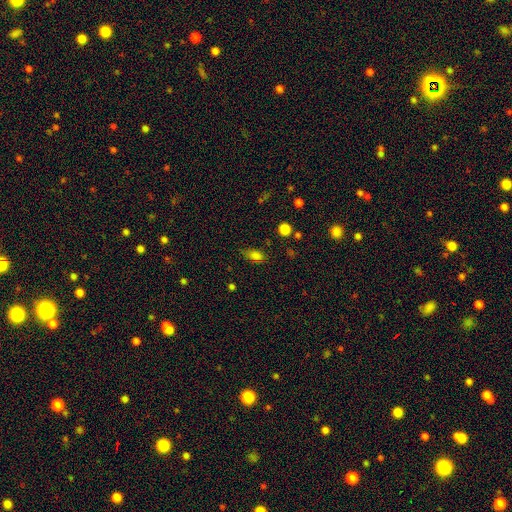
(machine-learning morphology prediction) Smooth or featured? Predicted: smooth (p=0.79). How rounded? Predicted: in between (p=0.83). Merging? Predicted: none (p=0.67).